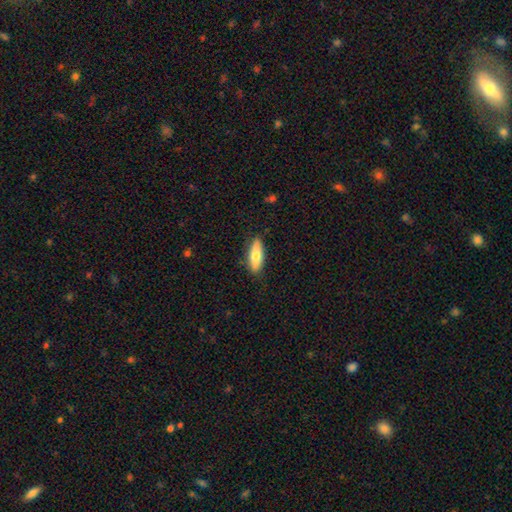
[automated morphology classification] This appears to be a smooth galaxy with no disk features (69%) that is in between round and cigar-shaped (55%). Merging: none (85%).